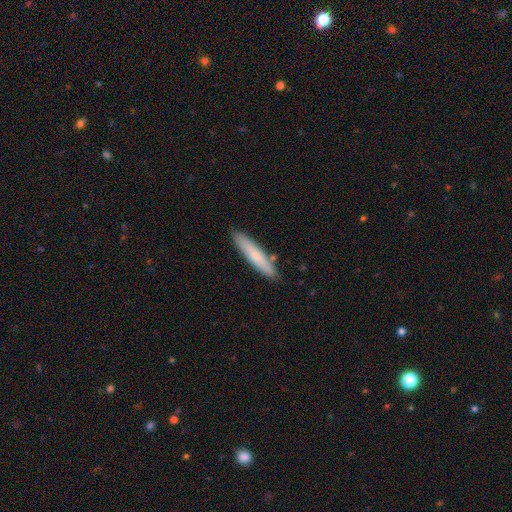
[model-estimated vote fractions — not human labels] smooth 73%, featured or disk 21%, star or artifact 5%. Down the decision tree: how rounded — cigar-shaped (90%); merging — none (86%).